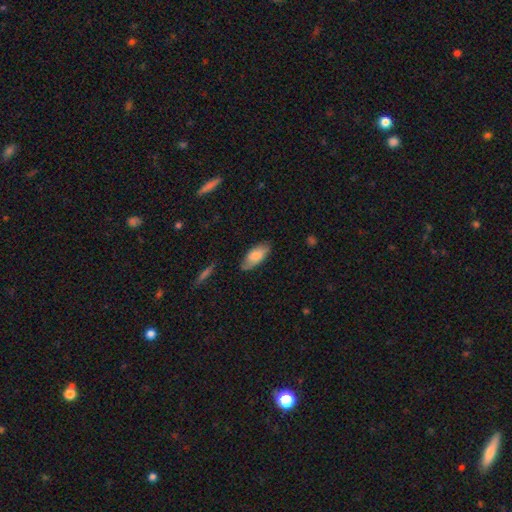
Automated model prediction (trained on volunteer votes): smooth_or_featured: smooth (p=0.78) [alt: featured or disk p=0.15]
how_rounded: in between (p=0.88) [alt: cigar-shaped p=0.10]
merging: none (p=0.75) [alt: minor disturbance p=0.20]